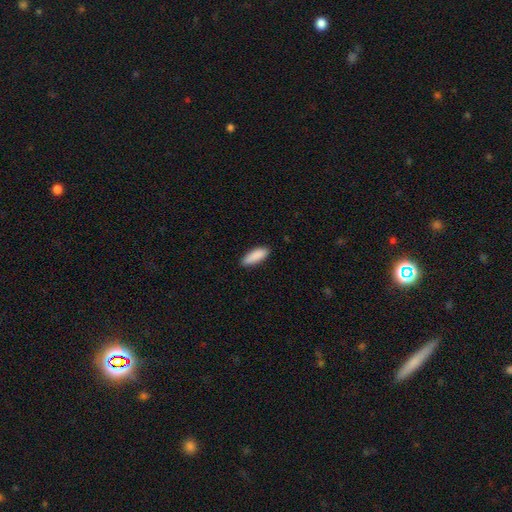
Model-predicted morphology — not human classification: Smooth or featured?
  - smooth: 90% *
  - star or artifact: 6%
  - featured or disk: 4%
How rounded?
  - in between: 61% *
  - cigar-shaped: 37%
  - round: 2%
Merging?
  - none: 86% *
  - minor disturbance: 11%
  - major disturbance: 2%
  - merger: 1%